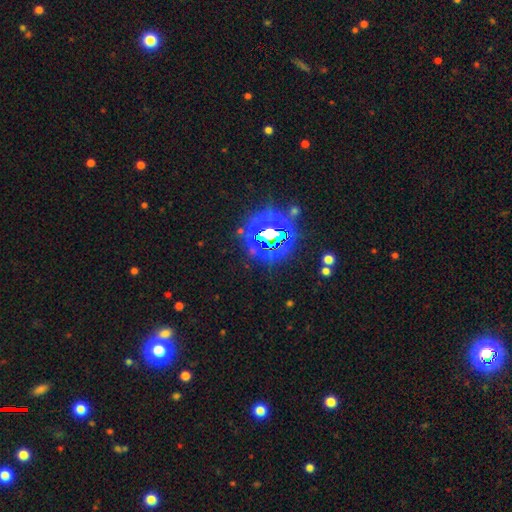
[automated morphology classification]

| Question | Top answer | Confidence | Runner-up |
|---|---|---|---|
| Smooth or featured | star or artifact | 84% | smooth (10%) |